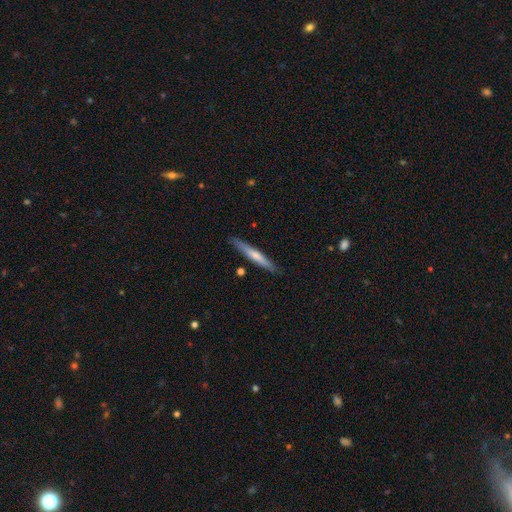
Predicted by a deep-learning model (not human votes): This is possibly a smooth galaxy (56%). How rounded: clearly cigar-shaped (95%). Merging: clearly none (87%).